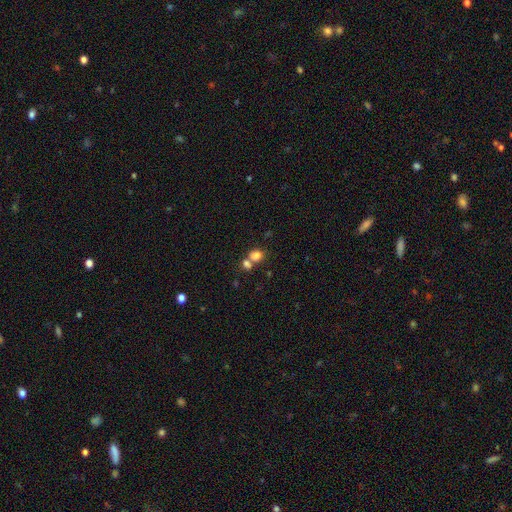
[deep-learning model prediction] smooth 78%, star or artifact 13%, featured or disk 9%. Down the decision tree: how rounded — round (60%); merging — merger (49%).